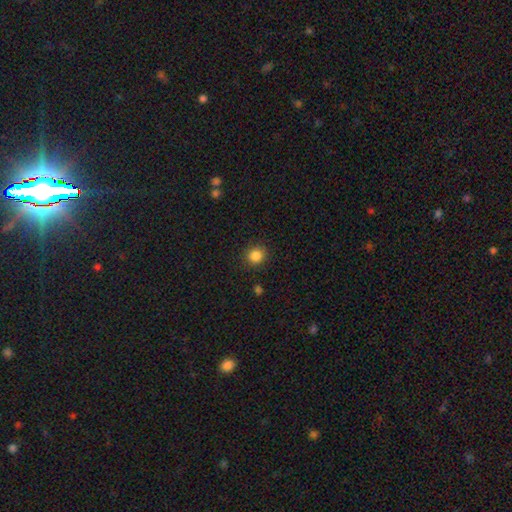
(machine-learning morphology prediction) smooth-or-featured: smooth: 85% | star or artifact: 11% | featured or disk: 4%
  how-rounded: round: 86% | in between: 13% | cigar-shaped: 1%
  merging: none: 88% | minor disturbance: 8% | major disturbance: 3% | merger: 1%